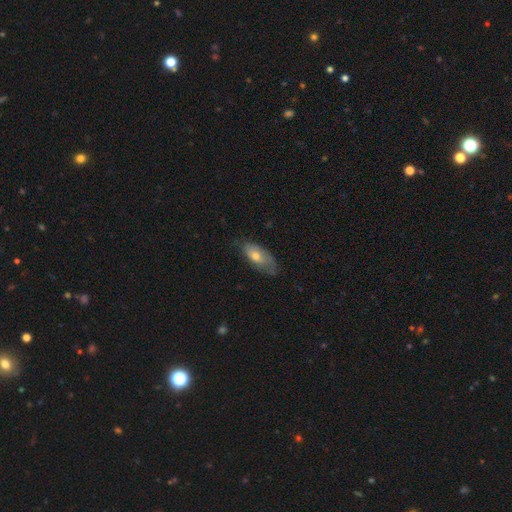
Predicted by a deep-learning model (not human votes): The model was most divided on "smooth or featured": smooth: 59%, featured or disk: 35%, star or artifact: 6%. More confident: how rounded — in between (84%); merging — none (58%).